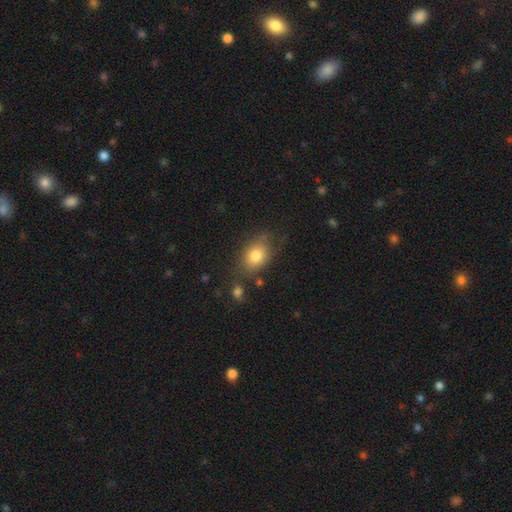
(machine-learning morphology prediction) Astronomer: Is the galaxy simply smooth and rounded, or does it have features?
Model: smooth — 79%.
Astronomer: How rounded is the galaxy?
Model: in between — 72%.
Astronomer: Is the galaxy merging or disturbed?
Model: none — 67%.